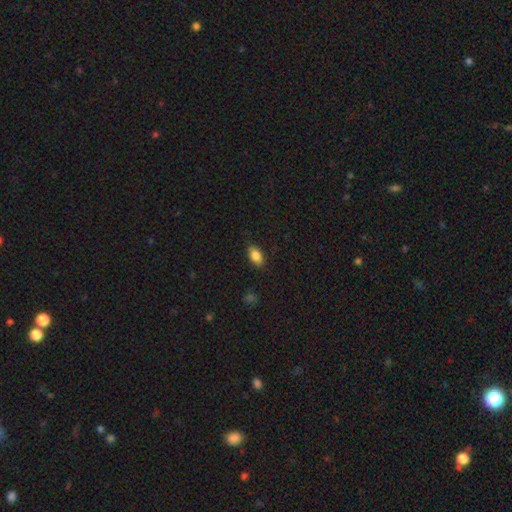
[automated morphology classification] A smooth galaxy with no disk features (84%) that is in between round and cigar-shaped (89%).

Vote fractions:
- Smooth or featured? smooth: 84% / featured or disk: 8% / star or artifact: 8%
- How rounded? in between: 89% / round: 6% / cigar-shaped: 5%
- Merging? none: 85% / minor disturbance: 11% / major disturbance: 3% / merger: 1%